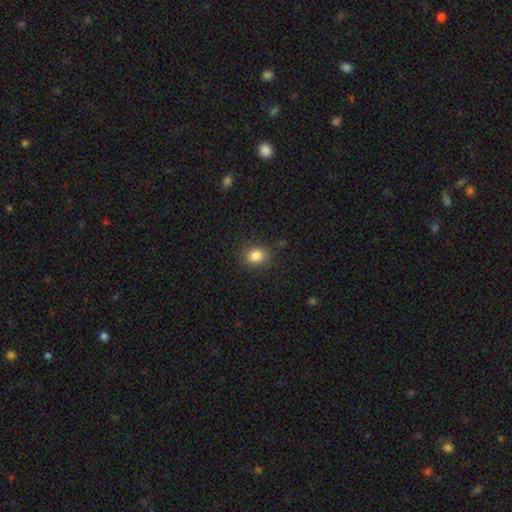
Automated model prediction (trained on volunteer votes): Smooth or featured: smooth — 84% (star or artifact — 11%)
How rounded: round — 73% (in between — 26%)
Merging: none — 85% (minor disturbance — 10%)